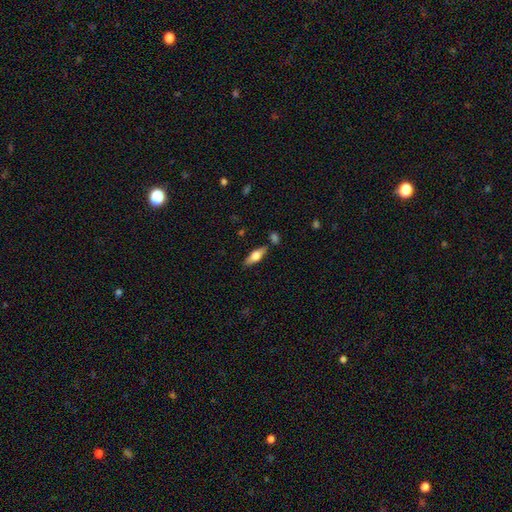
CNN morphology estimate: Overall: smooth (60%; featured or disk 34%). How rounded: in between (59%; cigar-shaped 38%). Merging: none (79%).